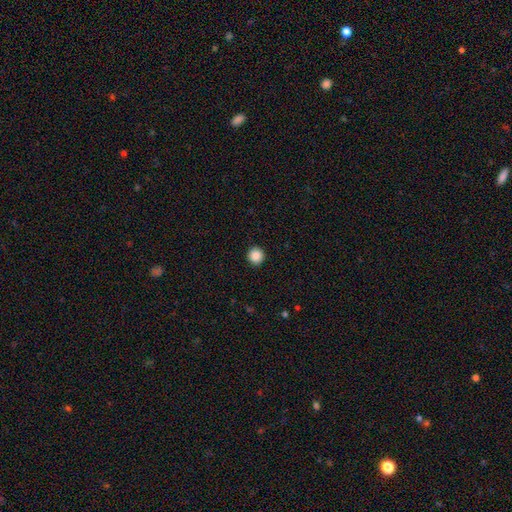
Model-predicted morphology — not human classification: Overall: smooth (88%). How rounded: round (94%). Merging: none (93%).